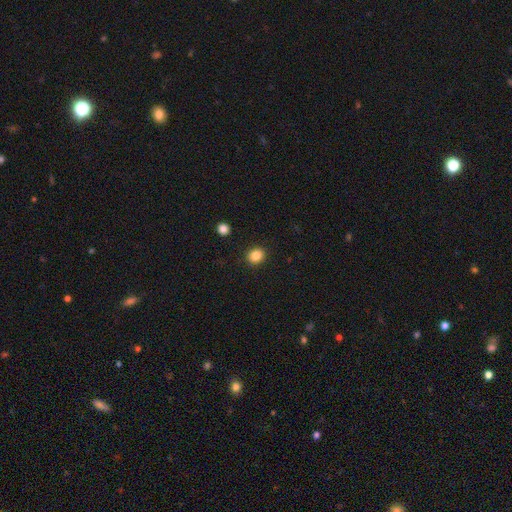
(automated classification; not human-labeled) This is clearly a smooth galaxy (85%). How rounded: likely round (68%). Merging: clearly none (91%).